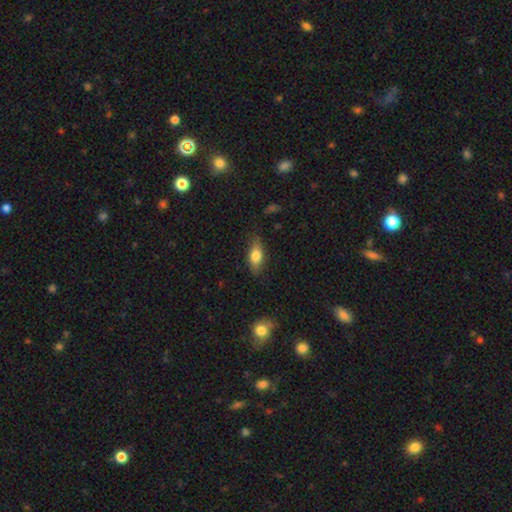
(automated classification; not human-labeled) smooth 73%, featured or disk 19%, star or artifact 7%. Down the decision tree: how rounded — in between (78%); merging — none (79%).